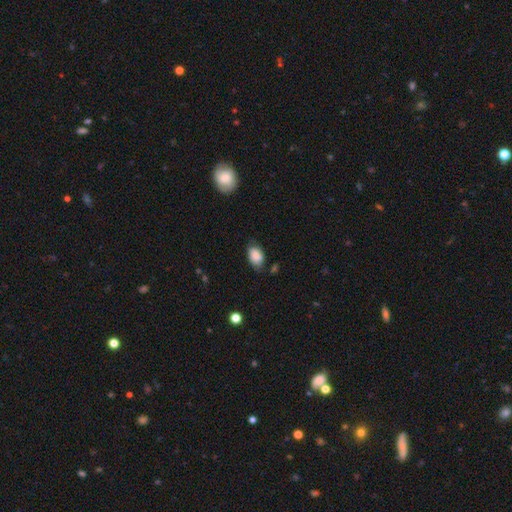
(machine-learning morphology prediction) type=smooth (83%); roundness=in between (89%); merging=none (68%).